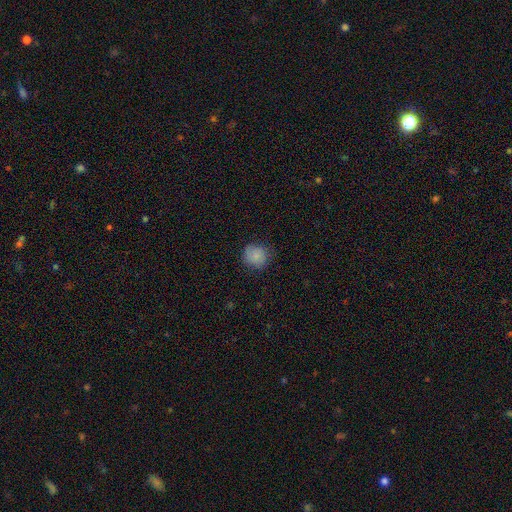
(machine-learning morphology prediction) This is clearly a smooth galaxy (85%). How rounded: clearly round (87%). Merging: likely none (80%).